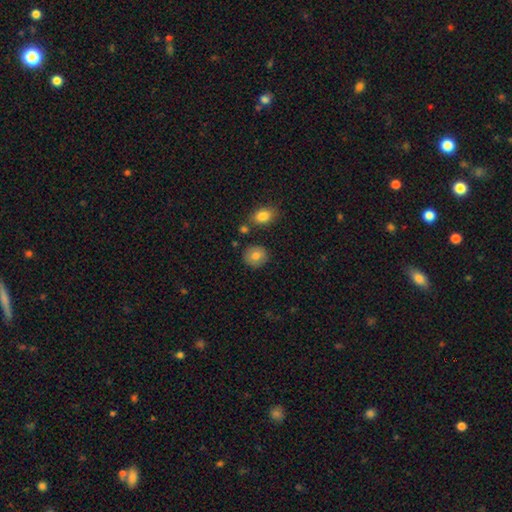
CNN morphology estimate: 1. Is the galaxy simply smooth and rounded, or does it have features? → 81% smooth, 10% featured or disk, 8% star or artifact.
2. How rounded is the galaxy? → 83% round, 16% in between, 1% cigar-shaped.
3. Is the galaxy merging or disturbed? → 83% none, 10% minor disturbance, 5% merger, 2% major disturbance.